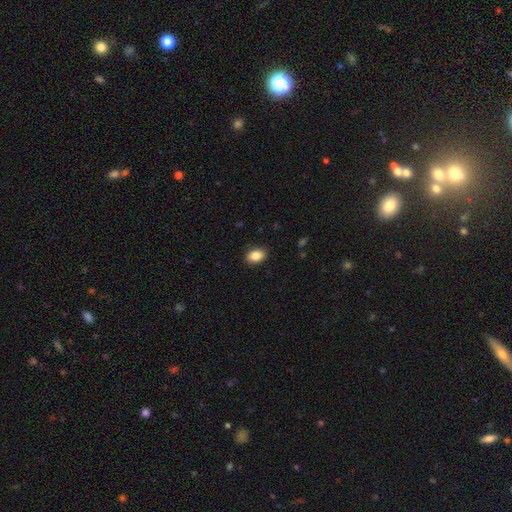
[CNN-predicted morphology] This appears to be a smooth galaxy with no disk features (87%) that is in between round and cigar-shaped (83%). Merging: none (89%).